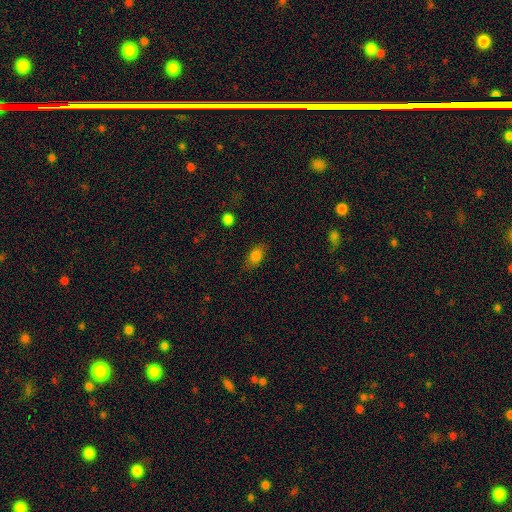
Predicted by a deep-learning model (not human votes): Smooth or featured?
  - smooth: 80% *
  - star or artifact: 11%
  - featured or disk: 9%
How rounded?
  - in between: 84% *
  - round: 11%
  - cigar-shaped: 5%
Merging?
  - none: 80% *
  - minor disturbance: 15%
  - major disturbance: 4%
  - merger: 1%